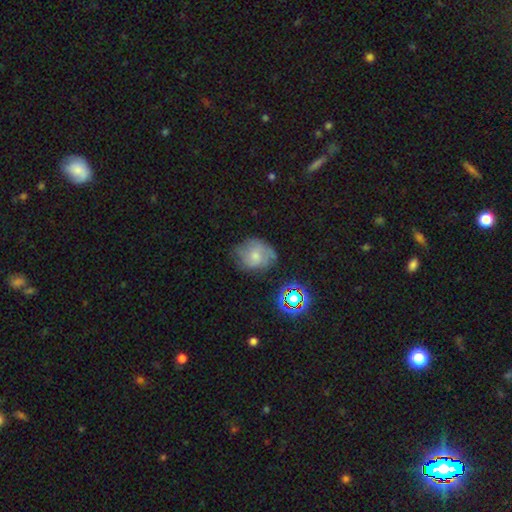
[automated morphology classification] Overall: smooth (52%; featured or disk 34%). How rounded: round (58%; in between 41%). Merging: none (51%; minor disturbance 32%).